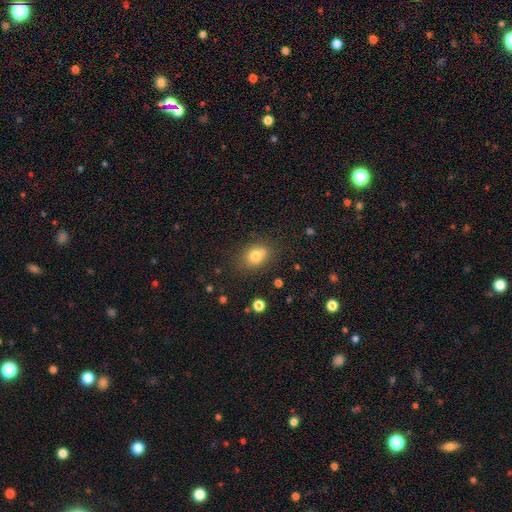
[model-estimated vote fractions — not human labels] smooth 76%, star or artifact 12%, featured or disk 12%. Down the decision tree: how rounded — round (54%); merging — none (59%).